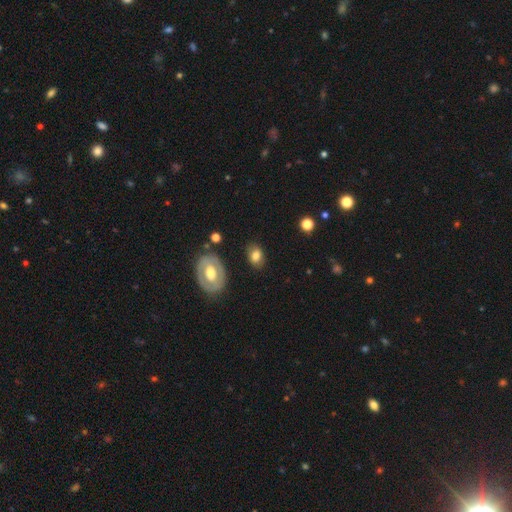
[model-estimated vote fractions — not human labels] Q: Smooth or featured?
A: smooth (73%); runner-up: featured or disk (19%)
Q: How rounded?
A: in between (79%); runner-up: round (20%)
Q: Merging?
A: none (81%); runner-up: minor disturbance (13%)